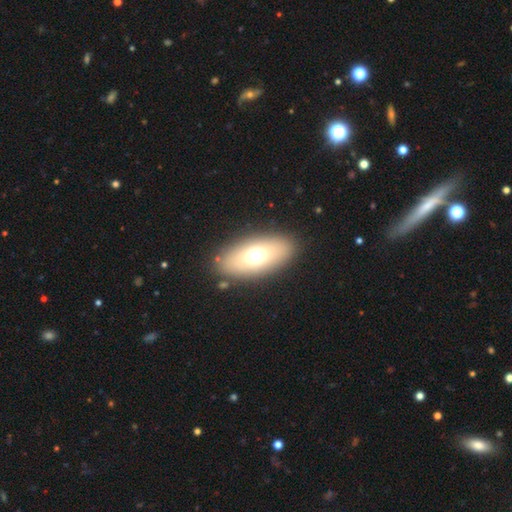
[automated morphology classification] Smooth or featured?
  - smooth: 66% *
  - featured or disk: 24%
  - star or artifact: 10%
How rounded?
  - in between: 84% *
  - cigar-shaped: 9%
  - round: 7%
Merging?
  - none: 86% *
  - minor disturbance: 8%
  - major disturbance: 4%
  - merger: 2%